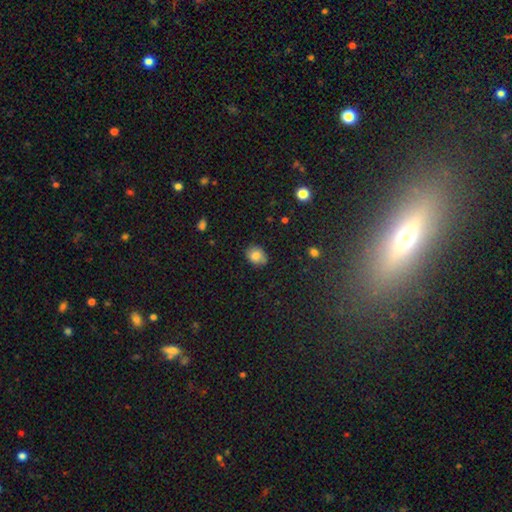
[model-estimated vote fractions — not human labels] Morphology: type=smooth (80%); roundness=in between (50%); merging=none (78%).